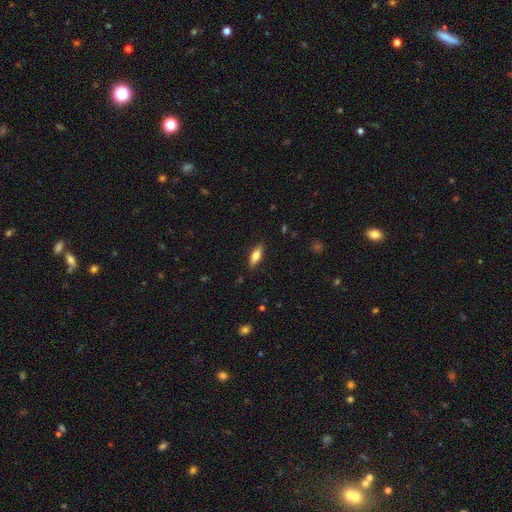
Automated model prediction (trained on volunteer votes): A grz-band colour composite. It shows a smooth galaxy with no disk features (69%) that is in between round and cigar-shaped (62%). Merging: none (87%).